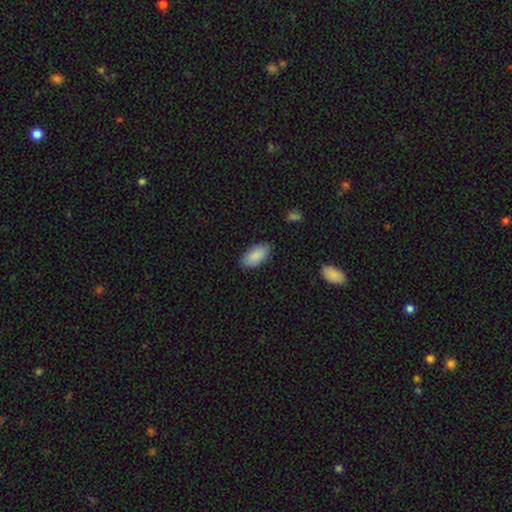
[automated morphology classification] The model was most divided on "merging": none: 84%, minor disturbance: 13%, major disturbance: 3%, merger: 1%. More confident: how rounded — in between (93%); smooth or featured — smooth (88%).